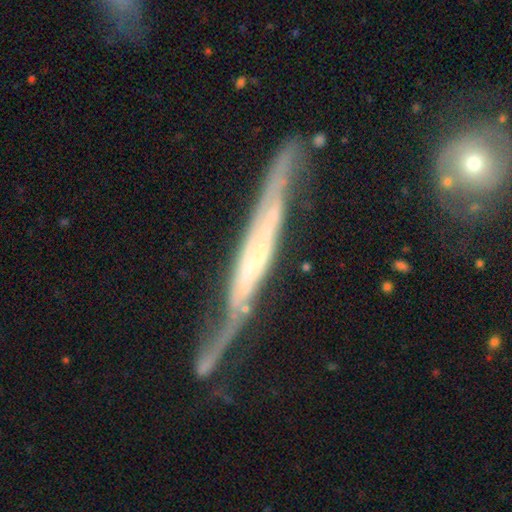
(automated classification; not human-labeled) This is likely a featured or disk galaxy (80%). It is likely viewed edge-on (76%). Edge-on bulge: likely none (63%). Merging: possibly none (54%).